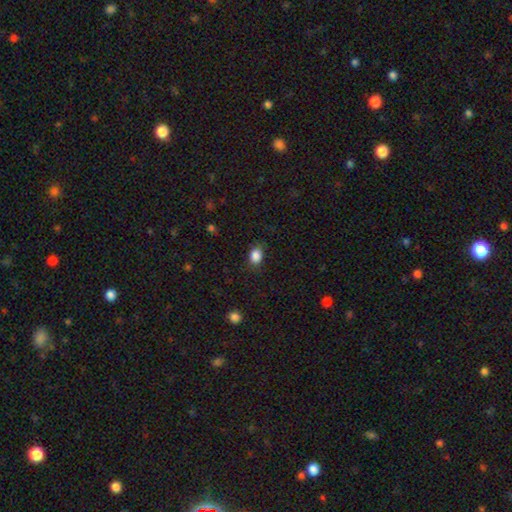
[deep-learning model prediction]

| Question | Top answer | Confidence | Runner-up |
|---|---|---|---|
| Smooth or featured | smooth | 87% | star or artifact (9%) |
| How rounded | in between | 59% | round (40%) |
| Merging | none | 81% | minor disturbance (14%) |